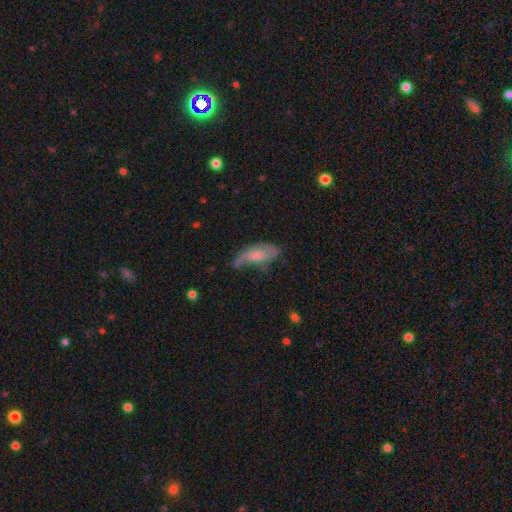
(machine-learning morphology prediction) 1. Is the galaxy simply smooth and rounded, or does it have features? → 54% featured or disk, 38% smooth, 8% star or artifact.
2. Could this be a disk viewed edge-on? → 86% no, 14% yes.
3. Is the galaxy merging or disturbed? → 42% none, 32% minor disturbance, 23% major disturbance, 3% merger.